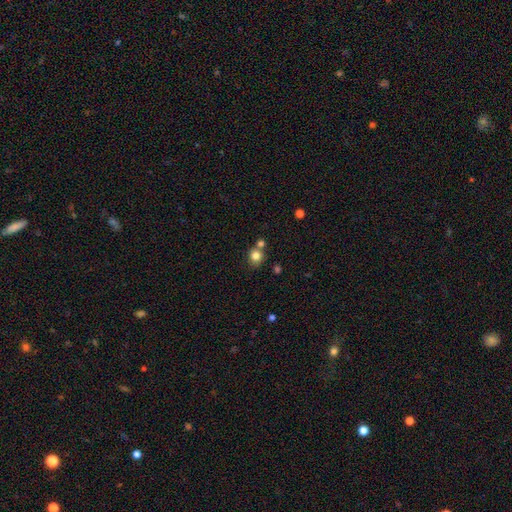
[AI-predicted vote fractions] Q: Smooth or featured?
A: smooth (81%); runner-up: star or artifact (11%)
Q: How rounded?
A: round (82%); runner-up: in between (17%)
Q: Merging?
A: none (61%); runner-up: merger (25%)